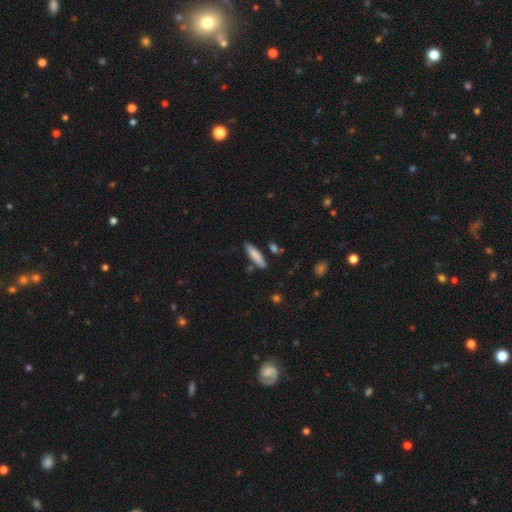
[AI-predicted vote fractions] A smooth galaxy with no disk features (84%) that is cigar-shaped (76%).

Vote fractions:
- Smooth or featured? smooth: 84% / featured or disk: 11% / star or artifact: 6%
- How rounded? cigar-shaped: 76% / in between: 22% / round: 1%
- Merging? none: 82% / minor disturbance: 12% / merger: 4% / major disturbance: 2%